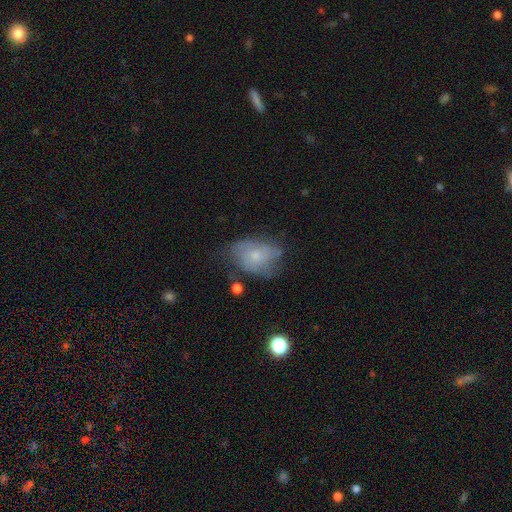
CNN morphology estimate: Smooth or featured? Predicted: smooth (p=0.52). How rounded? Predicted: in between (p=0.77). Merging? Predicted: none (p=0.44).